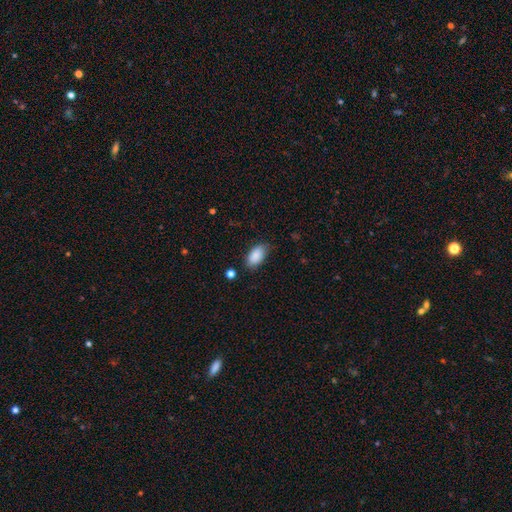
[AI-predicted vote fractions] smooth_or_featured: smooth (p=0.88) [alt: star or artifact p=0.07]
how_rounded: in between (p=0.94) [alt: round p=0.04]
merging: none (p=0.75) [alt: minor disturbance p=0.19]